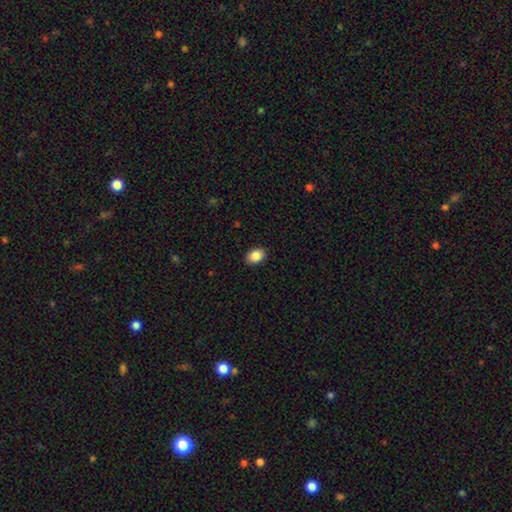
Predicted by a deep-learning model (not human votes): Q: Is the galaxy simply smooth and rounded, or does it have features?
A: smooth — 88%.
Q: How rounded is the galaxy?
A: in between — 78%.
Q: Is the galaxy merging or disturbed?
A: none — 90%.